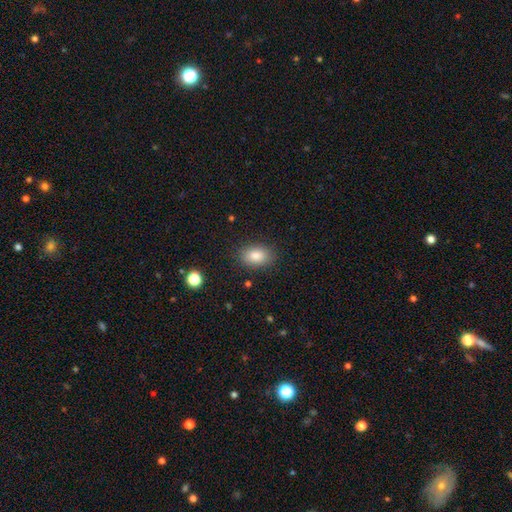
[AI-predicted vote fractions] Morphology: type=smooth (85%); roundness=in between (85%); merging=none (86%).